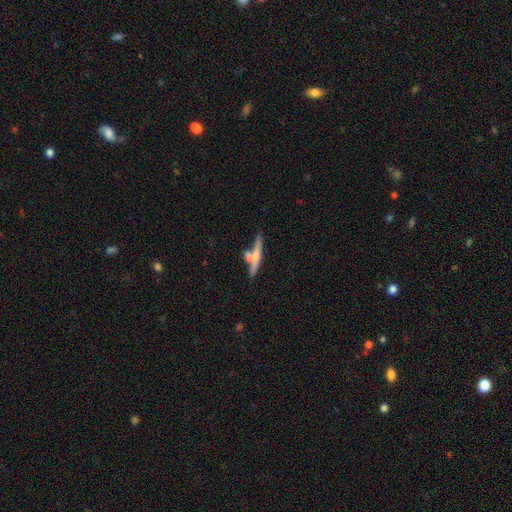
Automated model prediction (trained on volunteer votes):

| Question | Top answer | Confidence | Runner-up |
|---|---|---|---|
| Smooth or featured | smooth | 48% | featured or disk (45%) |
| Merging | none | 54% | merger (31%) |